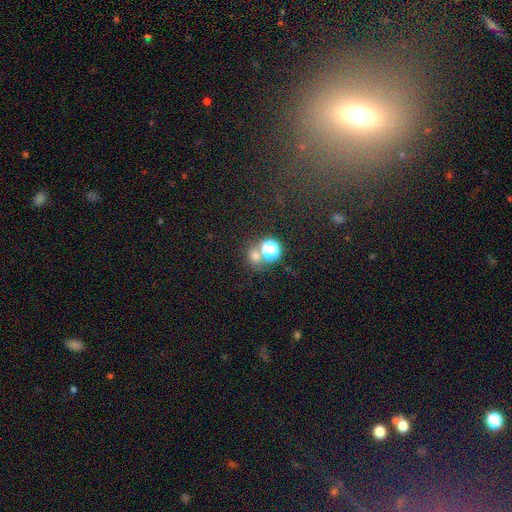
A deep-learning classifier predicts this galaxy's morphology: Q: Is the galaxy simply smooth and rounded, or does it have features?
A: smooth — 58%.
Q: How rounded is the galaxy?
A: round — 72%.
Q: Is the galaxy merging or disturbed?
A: none — 59%.